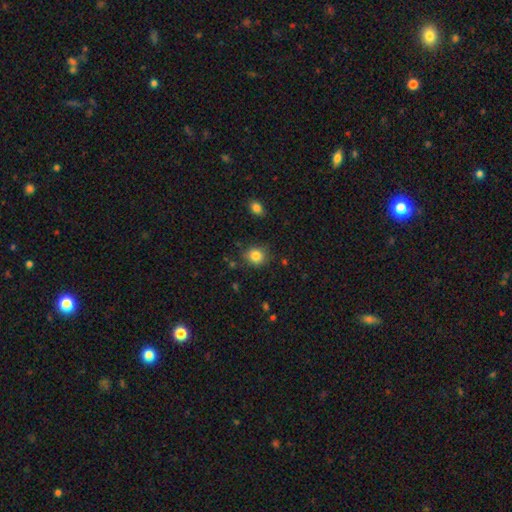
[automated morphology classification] A smooth galaxy with no disk features (84%) that is round (82%). Merging: none (83%).